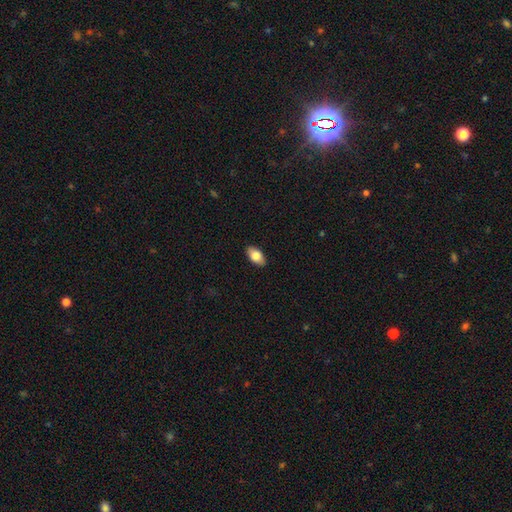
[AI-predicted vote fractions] smooth_or_featured: smooth (p=0.81) [alt: featured or disk p=0.13]
how_rounded: in between (p=0.93) [alt: round p=0.04]
merging: none (p=0.89) [alt: minor disturbance p=0.08]